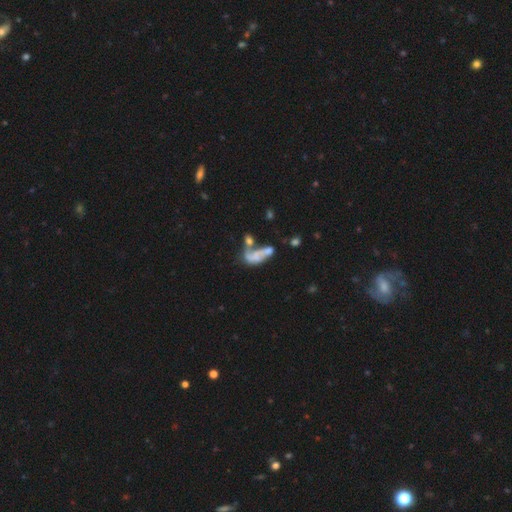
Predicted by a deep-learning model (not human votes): Smooth or featured? featured or disk (47%)
Merging? merger (48%)